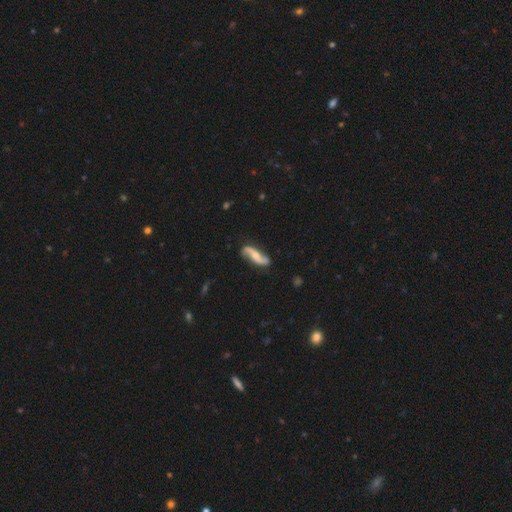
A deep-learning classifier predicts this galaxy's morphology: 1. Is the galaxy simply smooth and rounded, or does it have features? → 81% featured or disk, 15% smooth, 5% star or artifact.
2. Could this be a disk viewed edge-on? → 89% no, 11% yes.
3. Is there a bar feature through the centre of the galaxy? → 52% no, 29% weak, 20% strong.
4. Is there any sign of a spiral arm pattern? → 94% yes, 6% no.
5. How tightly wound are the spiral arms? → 76% loose, 17% medium, 7% tight.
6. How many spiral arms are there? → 93% 2, 3% can't tell, 2% 1, 1% 3, 1% 4, 1% more than 4.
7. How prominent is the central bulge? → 53% moderate, 37% small, 4% none, 4% large, 1% dominant.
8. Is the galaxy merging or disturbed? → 80% none, 14% minor disturbance, 4% major disturbance, 2% merger.